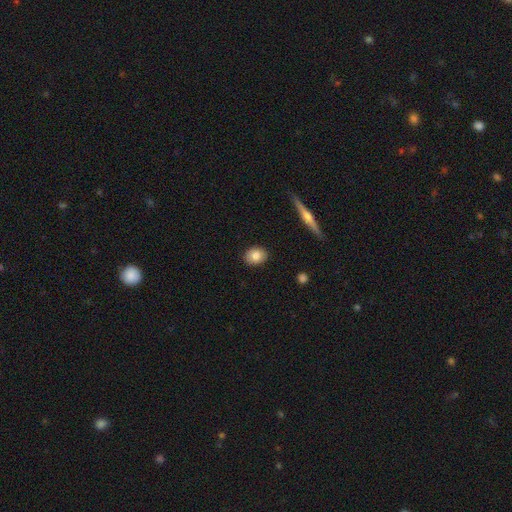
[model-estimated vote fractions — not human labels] Morphology: type=smooth (84%); roundness=in between (57%); merging=none (89%).